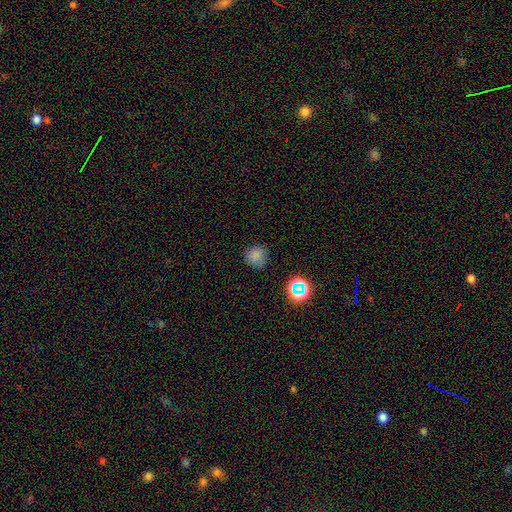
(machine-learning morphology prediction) This is likely a smooth galaxy (76%). How rounded: clearly round (92%). Merging: clearly none (83%).